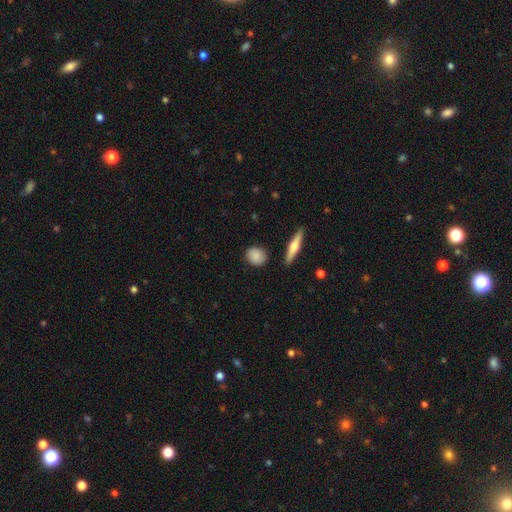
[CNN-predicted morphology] Q: Smooth or featured?
A: smooth (83%); runner-up: featured or disk (11%)
Q: How rounded?
A: round (66%); runner-up: in between (29%)
Q: Merging?
A: none (86%); runner-up: minor disturbance (10%)